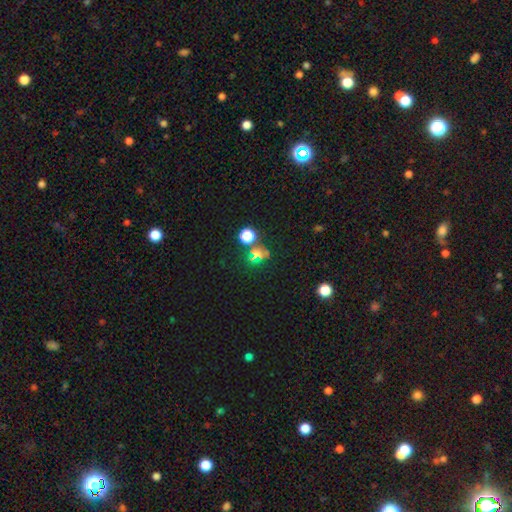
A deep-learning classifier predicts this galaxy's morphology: A star or artifact, not a galaxy (54%).